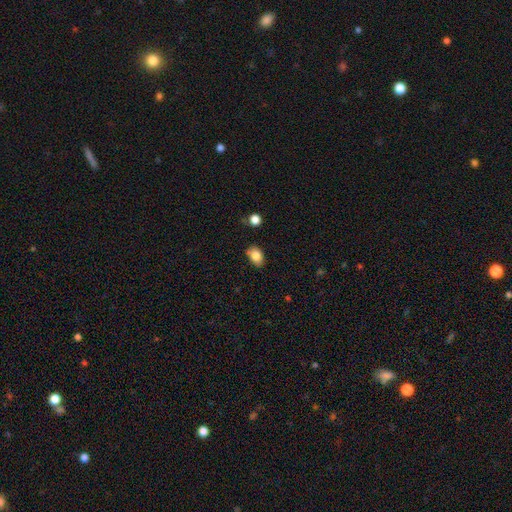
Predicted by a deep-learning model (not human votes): Smooth or featured: smooth — 83% (star or artifact — 9%)
How rounded: in between — 81% (round — 18%)
Merging: none — 73% (minor disturbance — 20%)